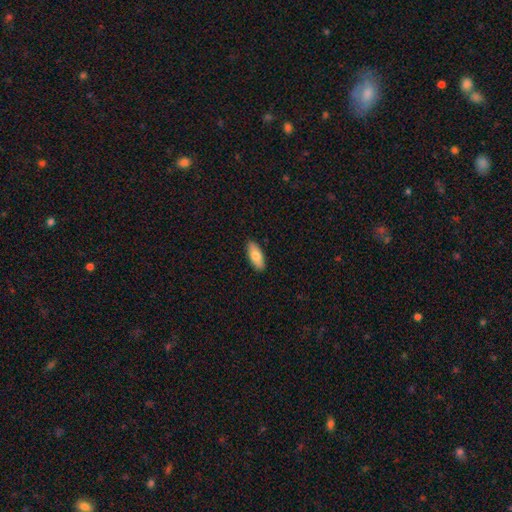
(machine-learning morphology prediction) type=smooth (80%); roundness=in between (79%); merging=none (90%).